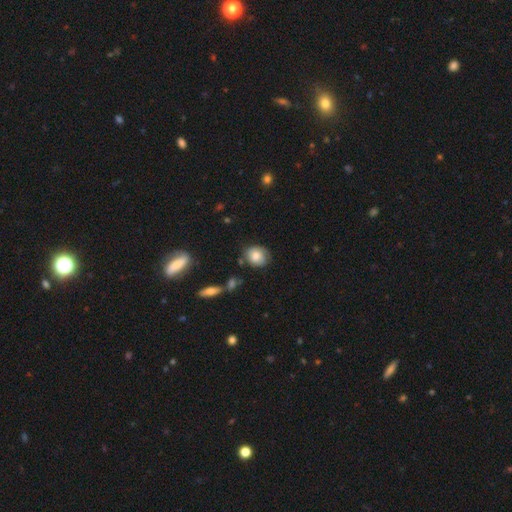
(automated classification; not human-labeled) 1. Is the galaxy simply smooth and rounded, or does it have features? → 64% smooth, 28% featured or disk, 8% star or artifact.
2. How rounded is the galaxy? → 65% round, 34% in between, 1% cigar-shaped.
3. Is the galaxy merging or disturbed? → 64% none, 25% minor disturbance, 8% major disturbance, 3% merger.